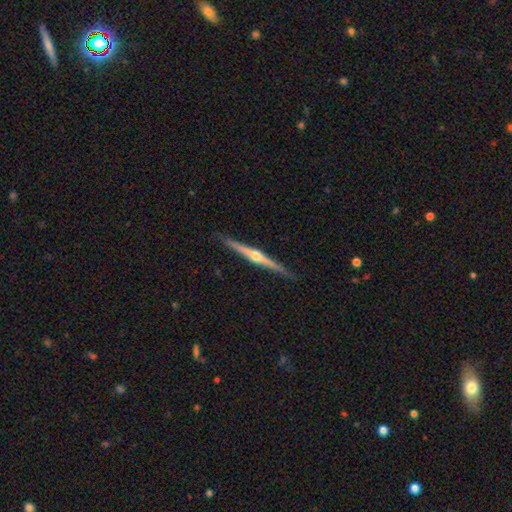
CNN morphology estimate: This is clearly a featured or disk galaxy (81%). It is clearly viewed edge-on (98%). Edge-on bulge: clearly rounded (93%). Merging: clearly none (89%).